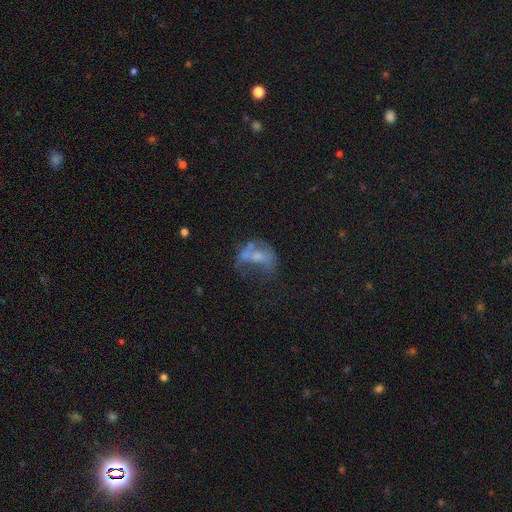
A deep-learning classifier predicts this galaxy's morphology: Smooth or featured?
  - featured or disk: 50% *
  - smooth: 34%
  - star or artifact: 16%
Edge-on disk?
  - no: 96% *
  - yes: 4%
Merging?
  - major disturbance: 40% *
  - none: 24%
  - merger: 20%
  - minor disturbance: 16%